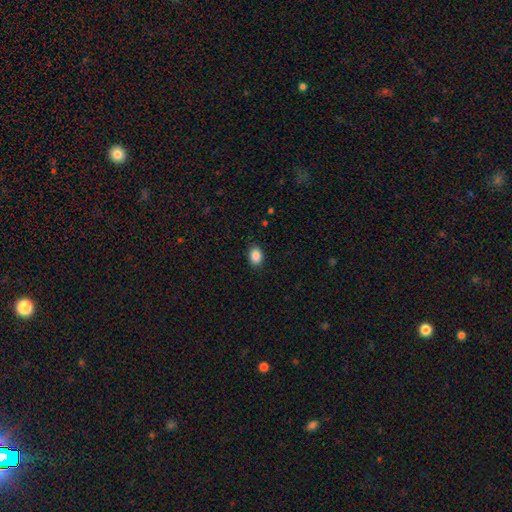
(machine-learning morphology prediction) smooth 88%, star or artifact 9%, featured or disk 3%. Down the decision tree: how rounded — in between (72%); merging — none (88%).